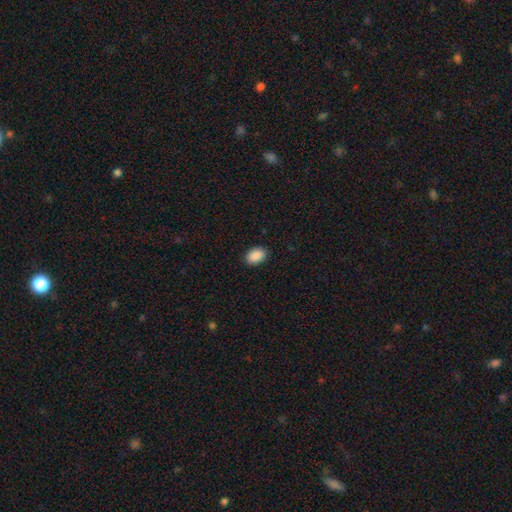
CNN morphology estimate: smooth-or-featured: smooth: 90% | star or artifact: 7% | featured or disk: 3%
  how-rounded: in between: 83% | round: 16% | cigar-shaped: 1%
  merging: none: 90% | minor disturbance: 7% | major disturbance: 2% | merger: 1%